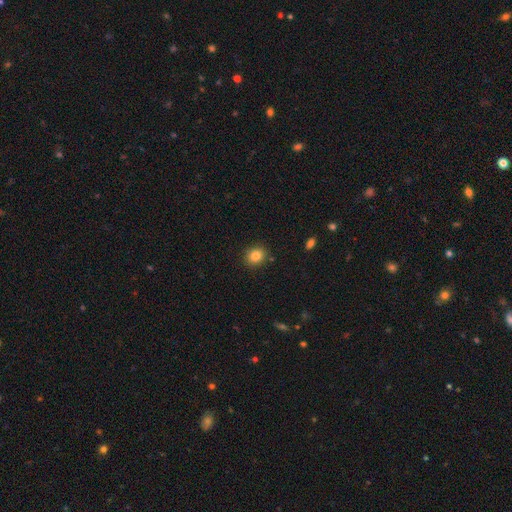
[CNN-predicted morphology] Overall: smooth (84%). How rounded: round (72%). Merging: none (89%).